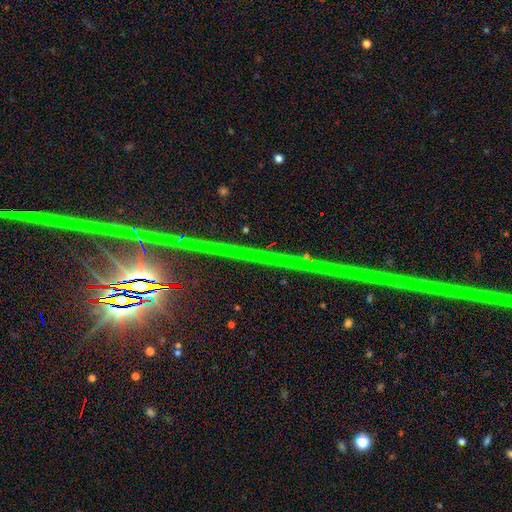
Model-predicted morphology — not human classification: The model was most divided on "smooth or featured": star or artifact: 89%, featured or disk: 6%, smooth: 4%.